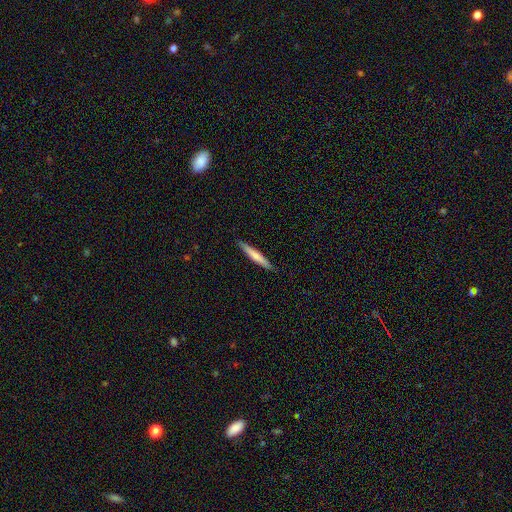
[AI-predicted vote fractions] smooth-or-featured: smooth: 64% | featured or disk: 31% | star or artifact: 5%
  how-rounded: cigar-shaped: 94% | in between: 5% | round: 1%
  merging: none: 90% | minor disturbance: 8% | major disturbance: 1% | merger: 1%